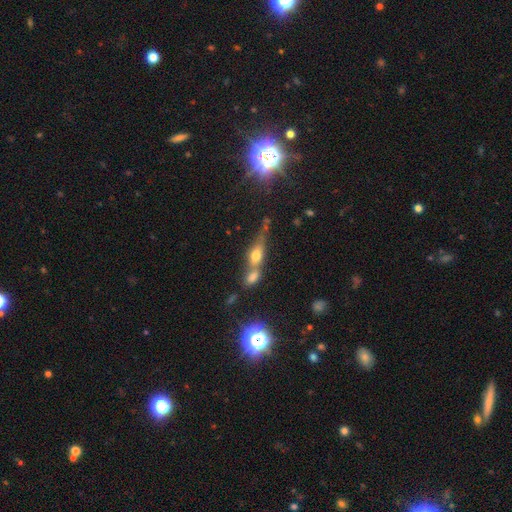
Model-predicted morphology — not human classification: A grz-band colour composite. It shows a smooth galaxy with no disk features (55%) that is in between round and cigar-shaped (59%). Merging: merger (56%).